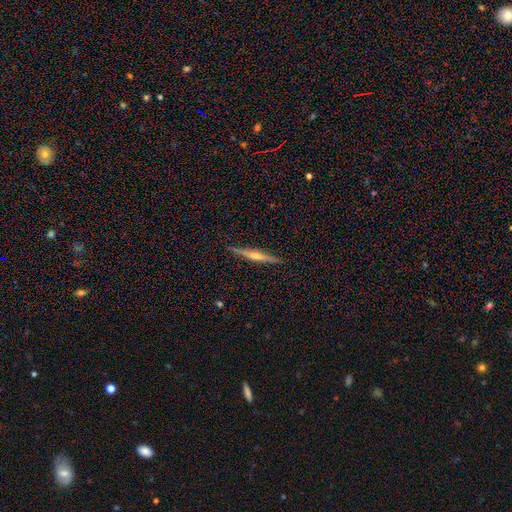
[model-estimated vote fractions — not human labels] A featured or disk galaxy (73%) viewed edge-on (98%) with a rounded central bulge (81%). Merging: none (90%).